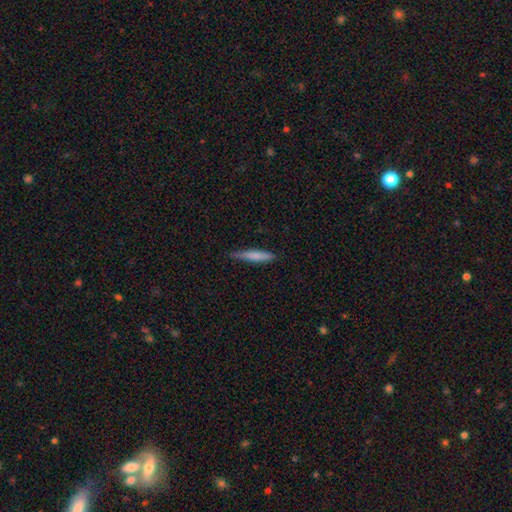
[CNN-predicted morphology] The model was most divided on "smooth or featured": smooth: 70%, featured or disk: 24%, star or artifact: 6%. More confident: how rounded — cigar-shaped (92%); merging — none (77%).